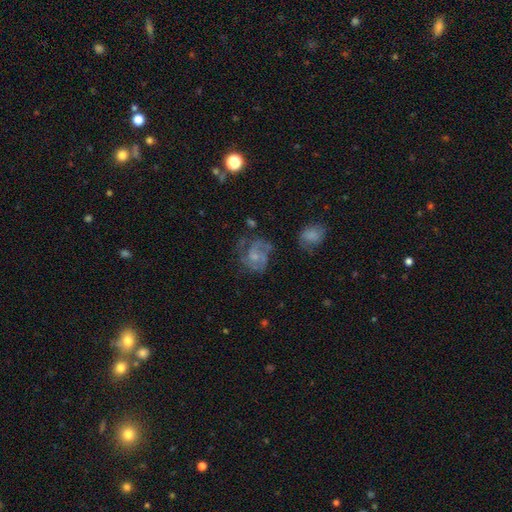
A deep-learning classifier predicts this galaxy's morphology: A featured or disk galaxy (67%) with no bar (70%), 2 (35%) medium (47%) spiral arms (83%) and a small central bulge (46%).

Vote fractions:
- Smooth or featured? featured or disk: 67% / smooth: 23% / star or artifact: 10%
- Edge-on disk? no: 98% / yes: 2%
- Bar? no: 70% / weak: 26% / strong: 4%
- Spiral arms? yes: 83% / no: 17%
- Spiral winding? medium: 47% / tight: 32% / loose: 21%
- Spiral arm count? 2: 35% / can't tell: 26% / 3: 24% / 1: 7% / 4: 5% / more than 4: 4%
- Bulge size? small: 46% / moderate: 29% / none: 21% / large: 3% / dominant: 1%
- Merging? none: 51% / major disturbance: 23% / minor disturbance: 22% / merger: 5%